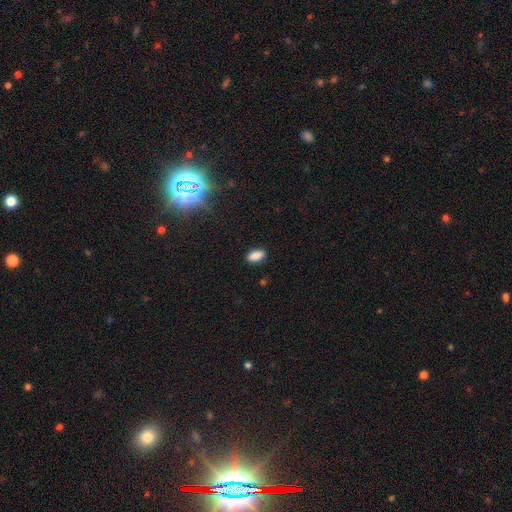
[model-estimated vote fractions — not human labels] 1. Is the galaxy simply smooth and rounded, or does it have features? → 87% smooth, 9% star or artifact, 4% featured or disk.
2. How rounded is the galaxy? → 92% in between, 5% round, 4% cigar-shaped.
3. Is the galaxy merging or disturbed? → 88% none, 9% minor disturbance, 2% major disturbance, 1% merger.